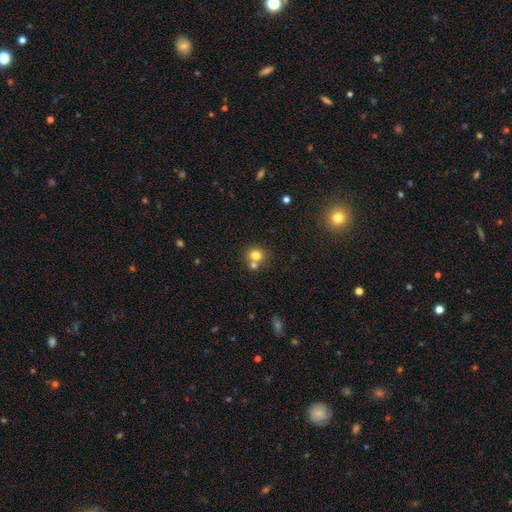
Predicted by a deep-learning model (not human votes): A smooth galaxy with no disk features (78%) that is round (79%). Merging: none (55%).